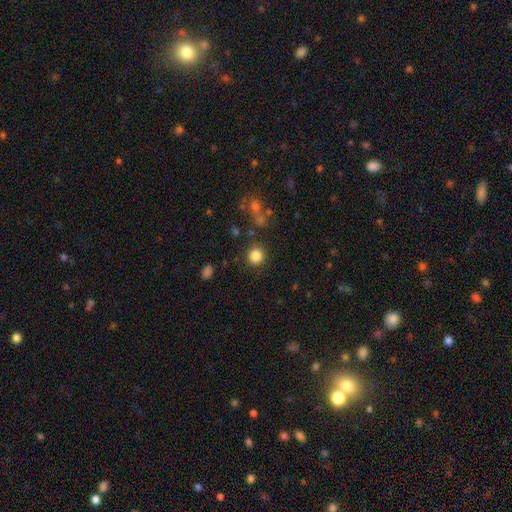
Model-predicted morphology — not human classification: smooth-or-featured: smooth: 84% | star or artifact: 11% | featured or disk: 5%
  how-rounded: round: 89% | in between: 10% | cigar-shaped: 1%
  merging: none: 87% | minor disturbance: 7% | major disturbance: 3% | merger: 3%